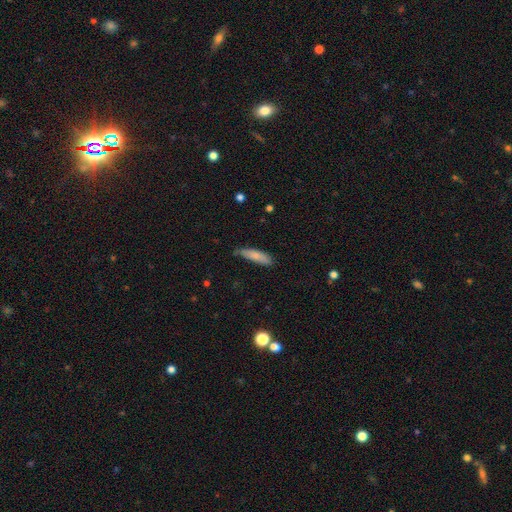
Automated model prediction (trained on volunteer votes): This appears to be a smooth galaxy with no disk features (79%) that is cigar-shaped (67%). Merging: none (64%).